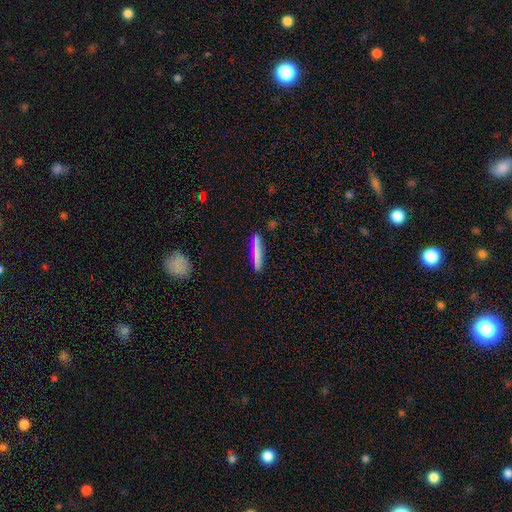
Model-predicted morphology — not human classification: smooth 68%, featured or disk 25%, star or artifact 7%. Down the decision tree: how rounded — cigar-shaped (93%); merging — none (89%).